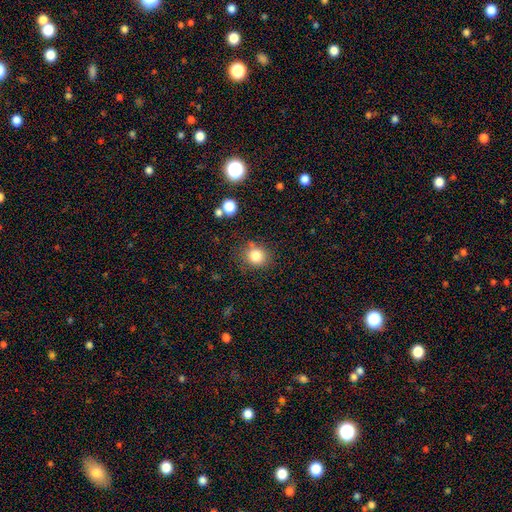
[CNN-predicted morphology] Q: Smooth or featured?
A: smooth (81%); runner-up: star or artifact (12%)
Q: How rounded?
A: round (80%); runner-up: in between (19%)
Q: Merging?
A: none (77%); runner-up: minor disturbance (13%)